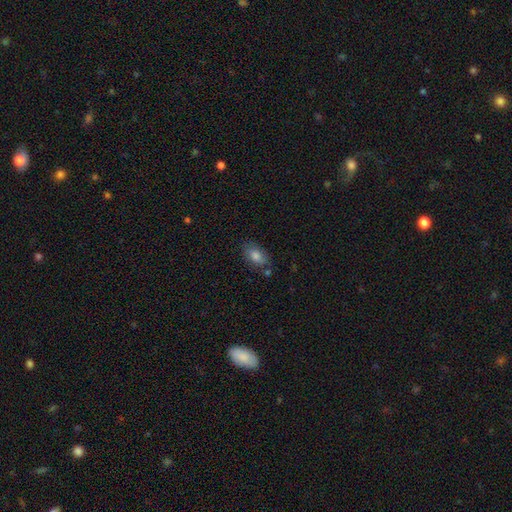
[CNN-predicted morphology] Smooth or featured? Predicted: smooth (p=0.80). How rounded? Predicted: in between (p=0.88). Merging? Predicted: none (p=0.74).